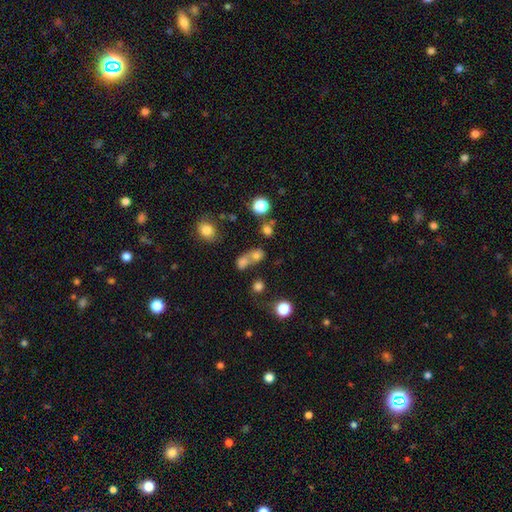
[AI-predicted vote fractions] Q: Smooth or featured?
A: smooth (71%); runner-up: star or artifact (16%)
Q: How rounded?
A: round (56%); runner-up: in between (41%)
Q: Merging?
A: merger (54%); runner-up: none (31%)